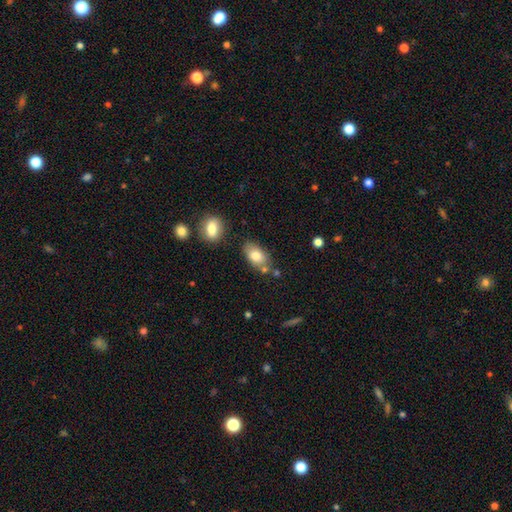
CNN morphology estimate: This is likely a smooth galaxy (79%). How rounded: clearly in between (88%). Merging: likely none (68%).